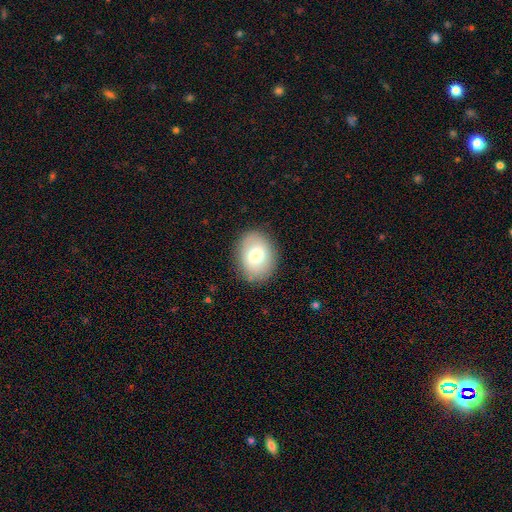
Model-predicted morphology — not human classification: smooth-or-featured: smooth: 73% | featured or disk: 19% | star or artifact: 8%
  how-rounded: in between: 64% | round: 35% | cigar-shaped: 1%
  merging: none: 85% | minor disturbance: 11% | major disturbance: 3% | merger: 1%